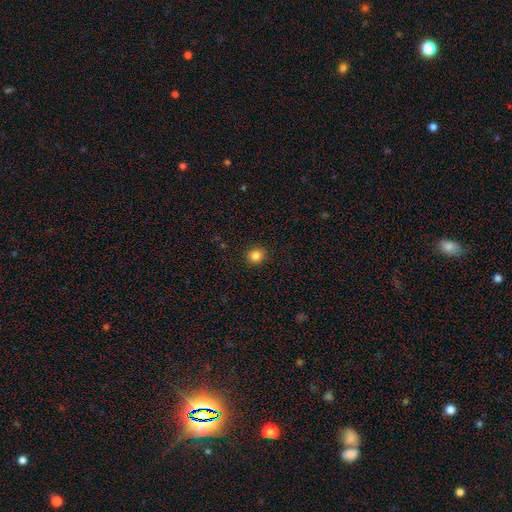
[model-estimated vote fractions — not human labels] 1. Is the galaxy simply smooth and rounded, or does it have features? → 85% smooth, 11% star or artifact, 4% featured or disk.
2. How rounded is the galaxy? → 87% round, 12% in between, 1% cigar-shaped.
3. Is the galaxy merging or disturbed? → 92% none, 5% minor disturbance, 2% major disturbance, 1% merger.